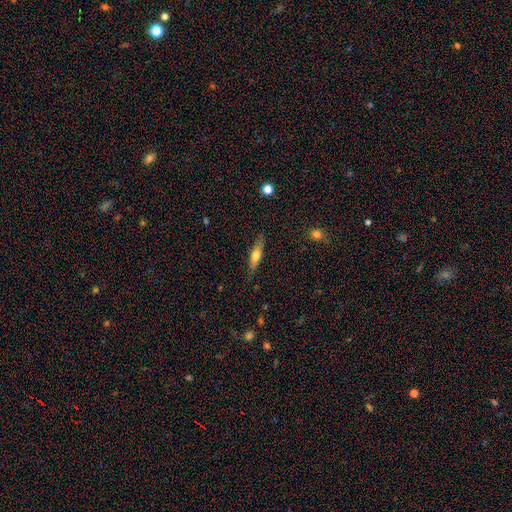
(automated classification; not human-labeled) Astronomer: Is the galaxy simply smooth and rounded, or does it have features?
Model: smooth — 53% (runner-up: featured or disk, 40%).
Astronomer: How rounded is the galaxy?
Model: cigar-shaped — 69%.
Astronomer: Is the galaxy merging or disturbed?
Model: none — 84%.